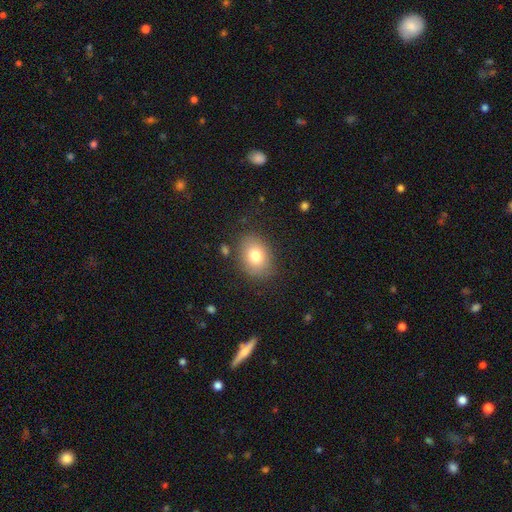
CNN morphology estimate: smooth-or-featured: smooth: 77% | featured or disk: 13% | star or artifact: 10%
  how-rounded: in between: 62% | round: 38% | cigar-shaped: 1%
  merging: none: 82% | minor disturbance: 12% | major disturbance: 4% | merger: 2%